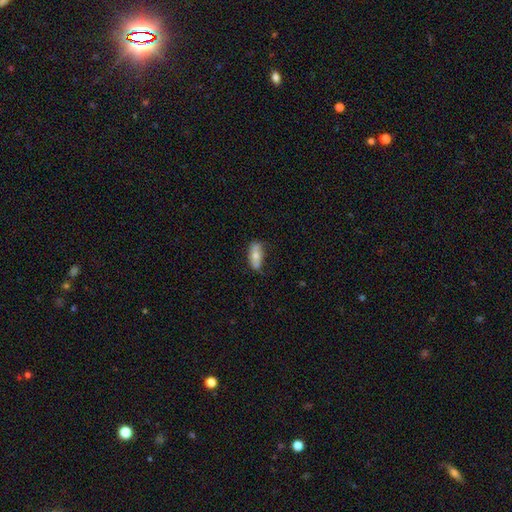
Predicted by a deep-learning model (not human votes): smooth-or-featured: smooth: 65% | featured or disk: 29% | star or artifact: 7%
  how-rounded: in between: 86% | cigar-shaped: 11% | round: 3%
  merging: none: 65% | minor disturbance: 27% | major disturbance: 5% | merger: 3%